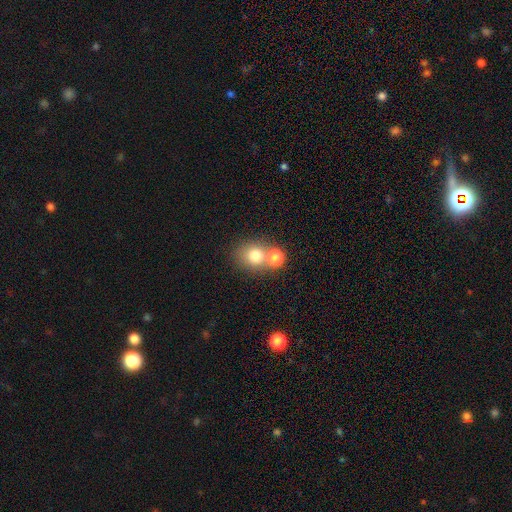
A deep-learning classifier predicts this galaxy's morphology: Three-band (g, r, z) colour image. It shows a smooth galaxy with no disk features (75%) that is round (76%). Merging: none (52%).